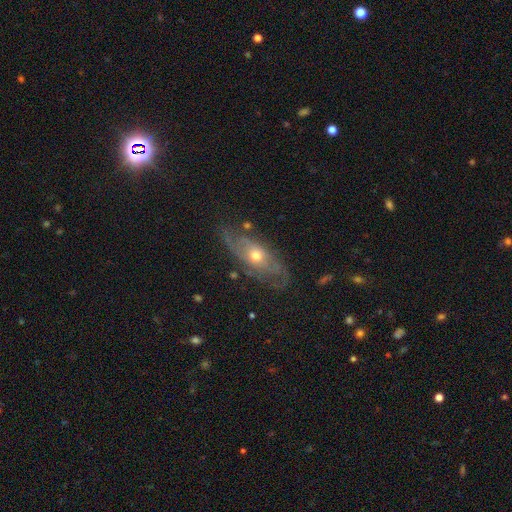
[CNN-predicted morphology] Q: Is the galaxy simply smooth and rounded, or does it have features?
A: featured or disk — 74%.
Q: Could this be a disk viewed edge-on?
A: no — 83%.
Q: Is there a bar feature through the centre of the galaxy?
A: no — 82%.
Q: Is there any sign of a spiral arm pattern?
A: yes — 74%.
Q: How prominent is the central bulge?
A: moderate — 61%.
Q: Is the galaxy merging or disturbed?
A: none — 66%.